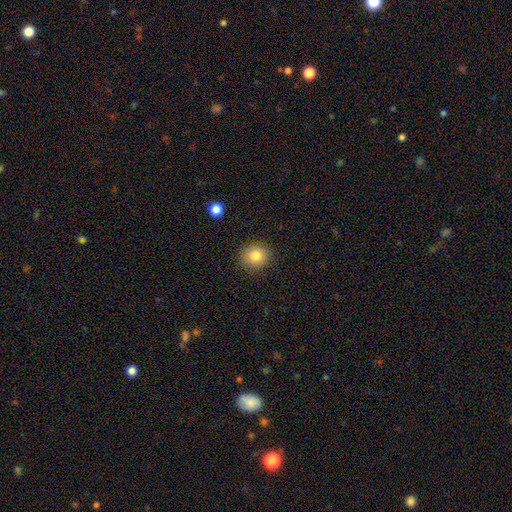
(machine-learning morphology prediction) Smooth or featured? Predicted: smooth (p=0.83). How rounded? Predicted: round (p=0.79). Merging? Predicted: none (p=0.88).